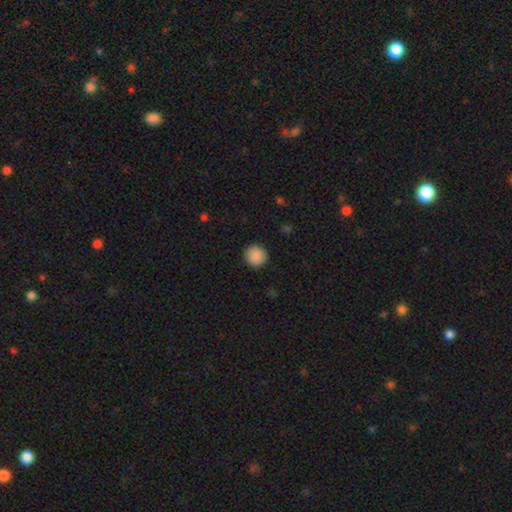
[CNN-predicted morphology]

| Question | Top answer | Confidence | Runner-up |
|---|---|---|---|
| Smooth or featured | smooth | 89% | star or artifact (8%) |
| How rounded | round | 95% | in between (4%) |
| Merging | none | 92% | minor disturbance (5%) |